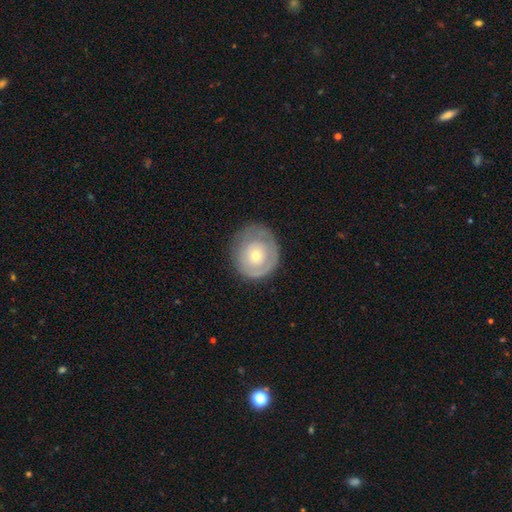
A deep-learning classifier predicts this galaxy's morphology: Overall: smooth (48%; featured or disk 46%). Merging: none (71%).